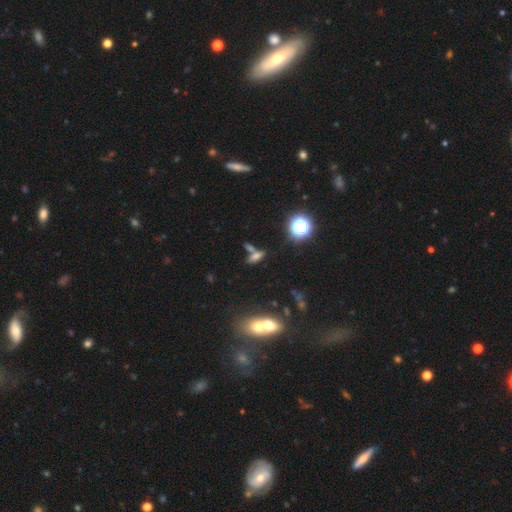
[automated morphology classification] This appears to be a smooth galaxy with no disk features (59%) that is in between round and cigar-shaped (54%). Merging: none (48%).